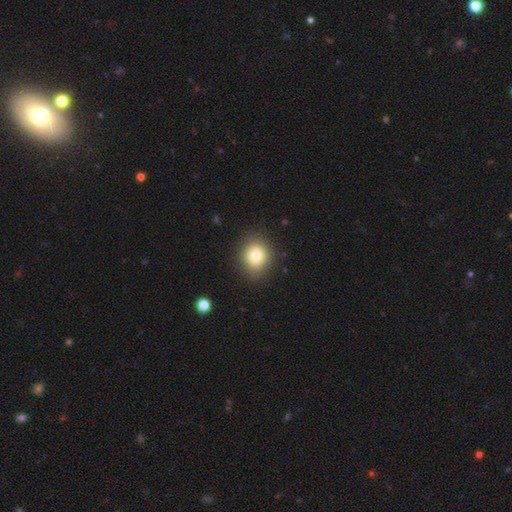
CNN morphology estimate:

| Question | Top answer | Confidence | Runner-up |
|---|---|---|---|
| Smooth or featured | smooth | 80% | star or artifact (11%) |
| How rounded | round | 70% | in between (29%) |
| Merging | none | 87% | minor disturbance (9%) |